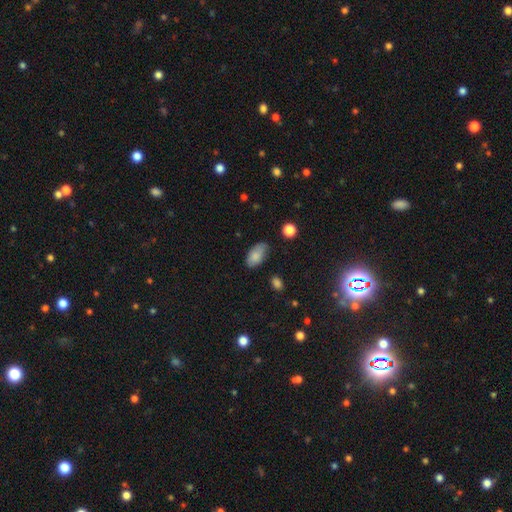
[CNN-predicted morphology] Overall: smooth (85%). How rounded: in between (94%). Merging: none (68%).